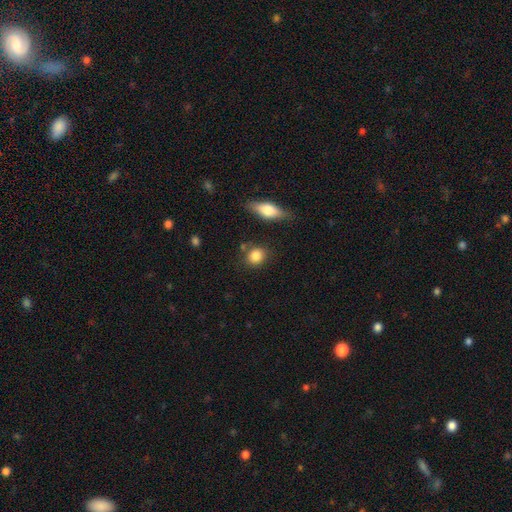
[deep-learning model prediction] Smooth or featured? Predicted: smooth (p=0.84). How rounded? Predicted: round (p=0.70). Merging? Predicted: none (p=0.78).